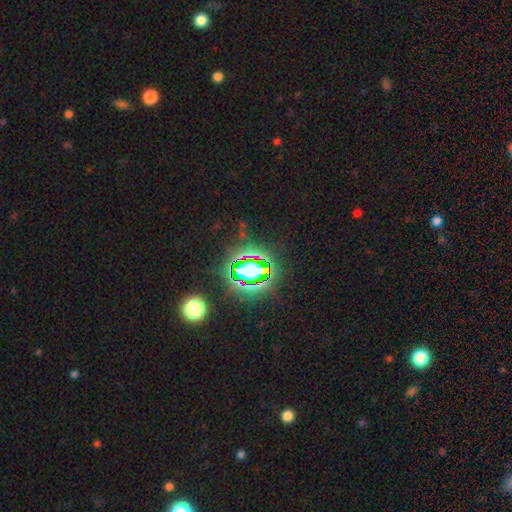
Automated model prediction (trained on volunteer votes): Overall: star or artifact (81%).